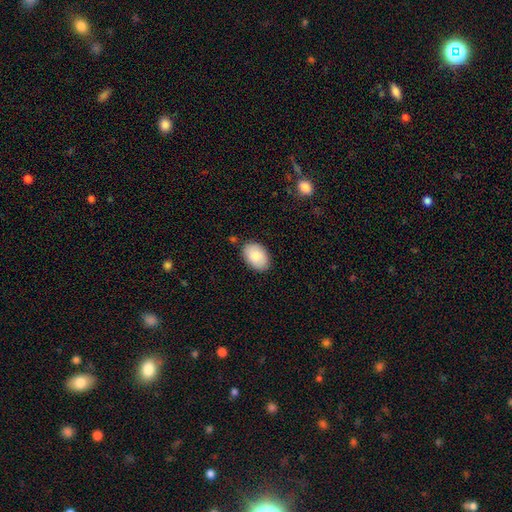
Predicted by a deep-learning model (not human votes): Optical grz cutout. It shows a smooth galaxy with no disk features (86%) that is in between round and cigar-shaped (89%). Merging: none (84%).